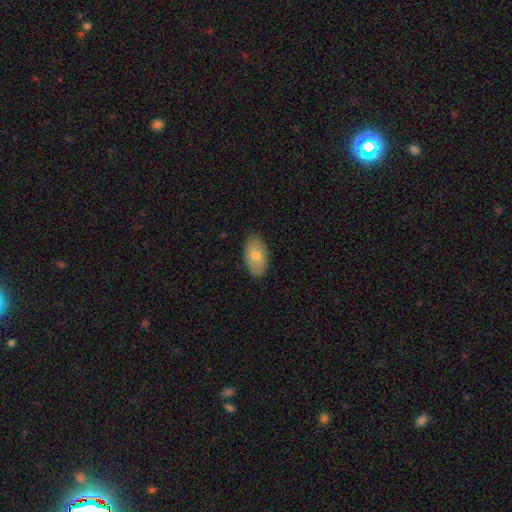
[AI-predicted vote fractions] Smooth or featured? Predicted: smooth (p=0.72). How rounded? Predicted: in between (p=0.94). Merging? Predicted: none (p=0.86).